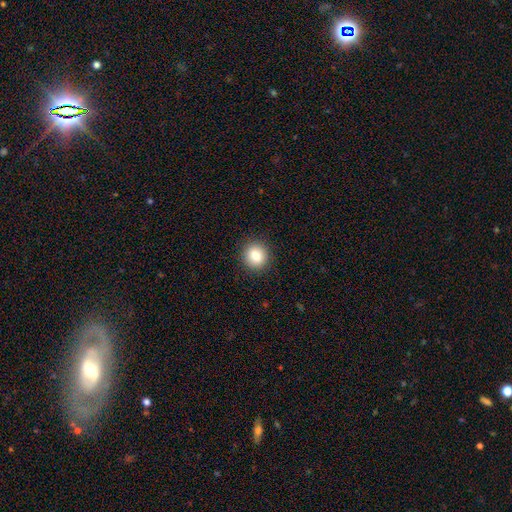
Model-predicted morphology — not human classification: smooth 83%, star or artifact 10%, featured or disk 7%. Down the decision tree: how rounded — round (87%); merging — none (91%).